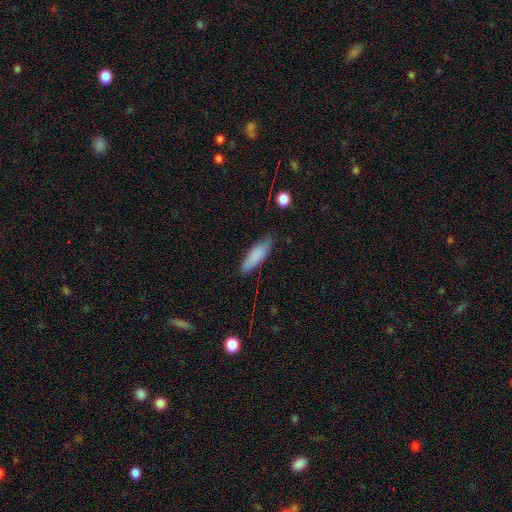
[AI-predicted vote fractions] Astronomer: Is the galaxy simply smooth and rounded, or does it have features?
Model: smooth — 82%.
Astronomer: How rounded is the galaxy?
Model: cigar-shaped — 52% (runner-up: in between, 46%).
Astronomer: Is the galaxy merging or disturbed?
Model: none — 73%.